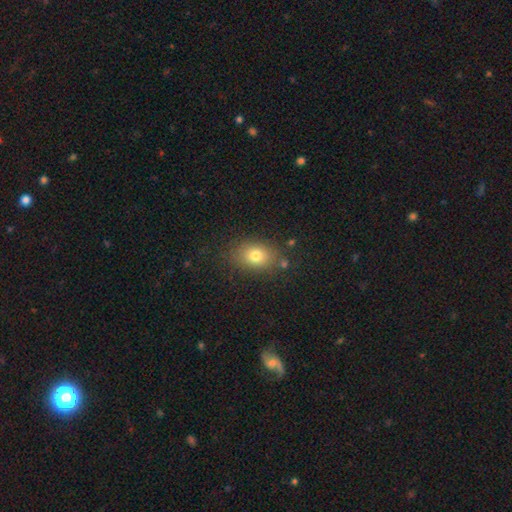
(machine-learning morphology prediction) smooth_or_featured: smooth (p=0.77) [alt: star or artifact p=0.12]
how_rounded: in between (p=0.65) [alt: round p=0.33]
merging: none (p=0.79) [alt: minor disturbance p=0.13]